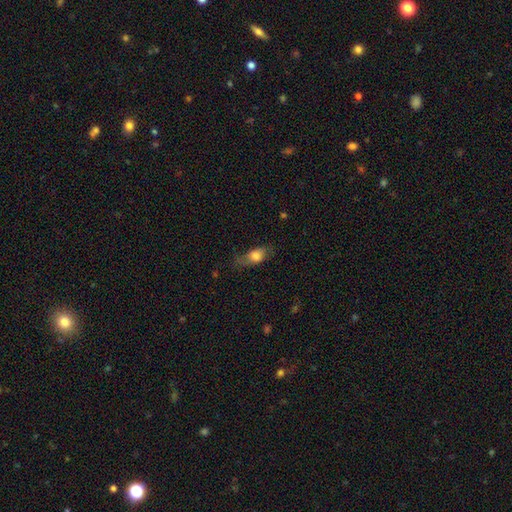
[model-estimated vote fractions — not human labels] The model was most divided on "merging": none: 59%, minor disturbance: 26%, major disturbance: 13%, merger: 2%. More confident: how rounded — in between (75%); smooth or featured — smooth (70%).